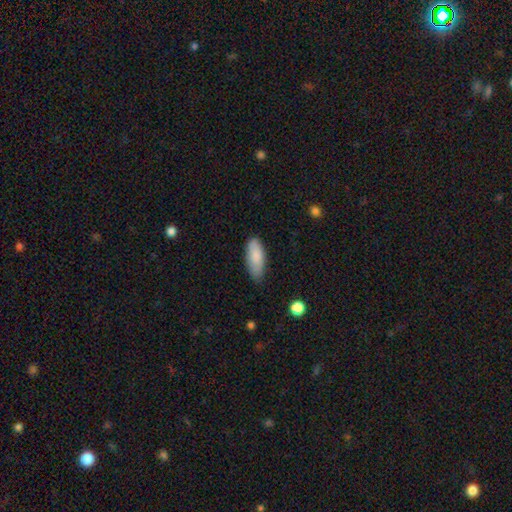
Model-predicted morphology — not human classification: smooth-or-featured: smooth: 86% | featured or disk: 8% | star or artifact: 6%
  how-rounded: in between: 76% | cigar-shaped: 22% | round: 2%
  merging: none: 76% | minor disturbance: 19% | major disturbance: 3% | merger: 1%